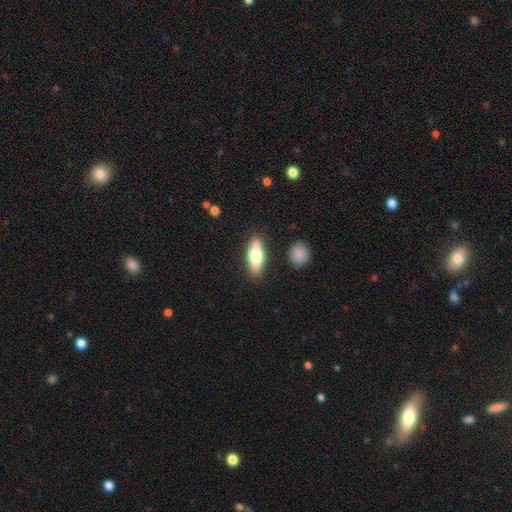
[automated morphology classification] Smooth or featured? Predicted: smooth (p=0.61). How rounded? Predicted: in between (p=0.55). Merging? Predicted: none (p=0.87).